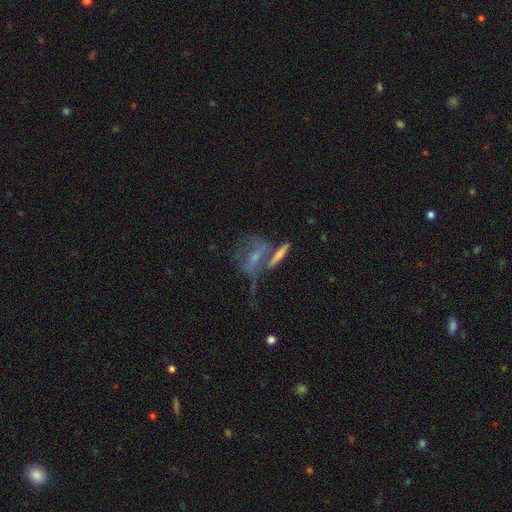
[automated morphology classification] smooth_or_featured: featured or disk (p=0.60) [alt: smooth p=0.26]
disk_edge_on: no (p=0.68) [alt: yes p=0.32]
merging: merger (p=0.40) [alt: none p=0.29]